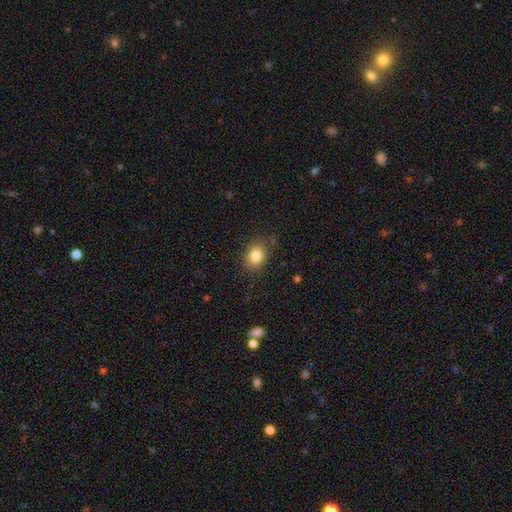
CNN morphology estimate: Q: Smooth or featured?
A: smooth (83%); runner-up: star or artifact (9%)
Q: How rounded?
A: in between (62%); runner-up: round (37%)
Q: Merging?
A: none (81%); runner-up: minor disturbance (14%)